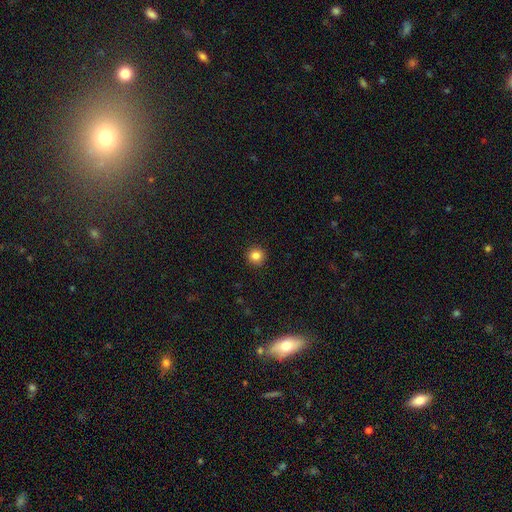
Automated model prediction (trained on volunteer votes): A smooth galaxy with no disk features (84%) that is round (94%).

Vote fractions:
- Smooth or featured? smooth: 84% / star or artifact: 11% / featured or disk: 5%
- How rounded? round: 94% / in between: 5% / cigar-shaped: 1%
- Merging? none: 92% / minor disturbance: 5% / major disturbance: 2% / merger: 1%